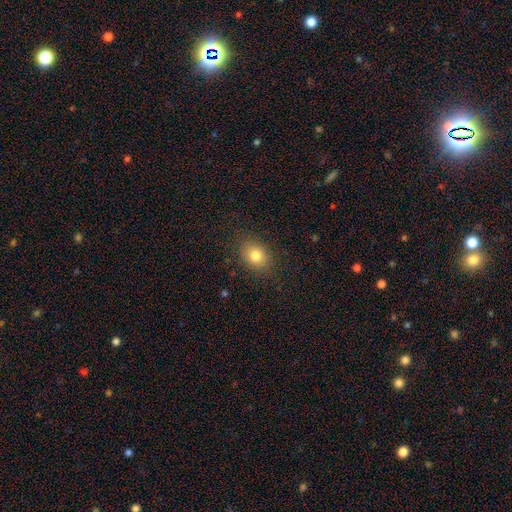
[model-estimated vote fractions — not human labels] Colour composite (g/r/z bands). It shows a smooth galaxy with no disk features (81%) that is in between round and cigar-shaped (57%). Merging: none (86%).